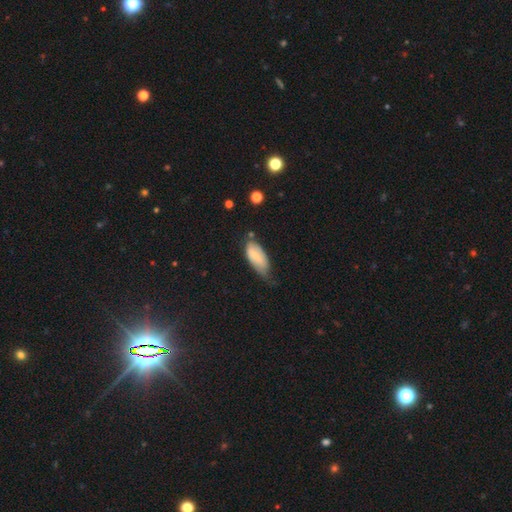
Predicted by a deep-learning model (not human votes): Overall: smooth (76%). How rounded: in between (87%). Merging: minor disturbance (46%; none 37%).